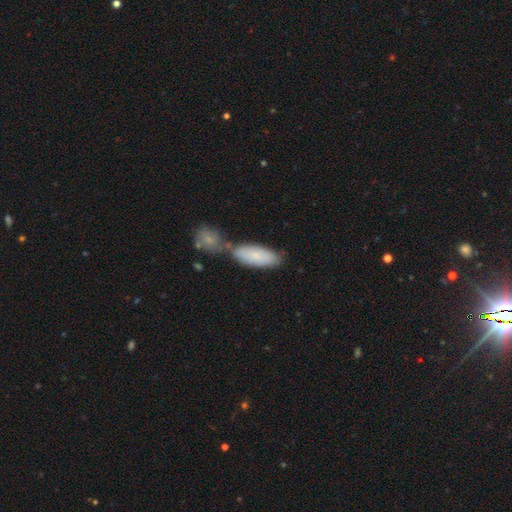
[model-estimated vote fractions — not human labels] smooth 79%, featured or disk 15%, star or artifact 6%. Down the decision tree: how rounded — in between (74%); merging — none (42%).